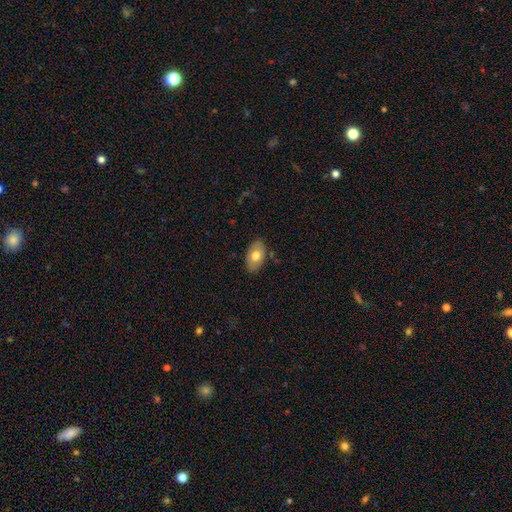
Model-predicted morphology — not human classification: A smooth galaxy with no disk features (71%) that is in between round and cigar-shaped (92%). Merging: none (84%).